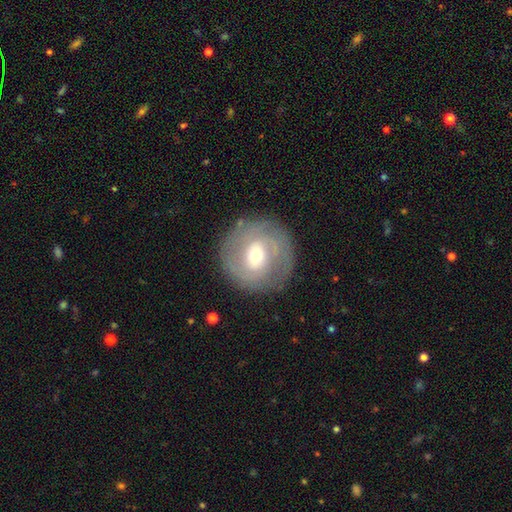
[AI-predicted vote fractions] featured or disk 67%, smooth 26%, star or artifact 7%. Down the decision tree: edge-on disk — no (96%); bar — weak (45%); spiral arms — yes (76%); bulge size — moderate (58%); merging — none (82%).